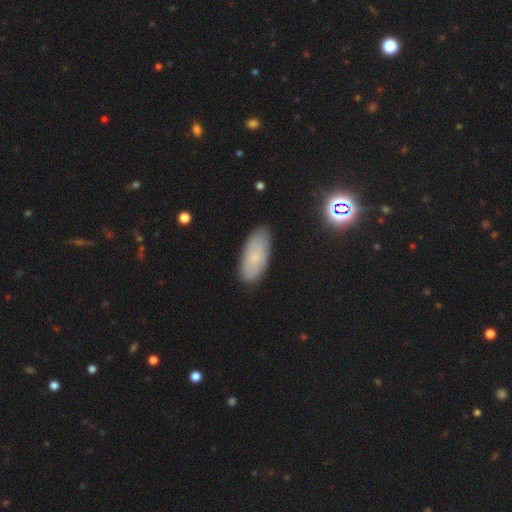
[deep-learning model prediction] Smooth or featured?
  - smooth: 71% *
  - featured or disk: 20%
  - star or artifact: 9%
How rounded?
  - in between: 85% *
  - cigar-shaped: 13%
  - round: 2%
Merging?
  - none: 83% *
  - minor disturbance: 13%
  - major disturbance: 3%
  - merger: 1%